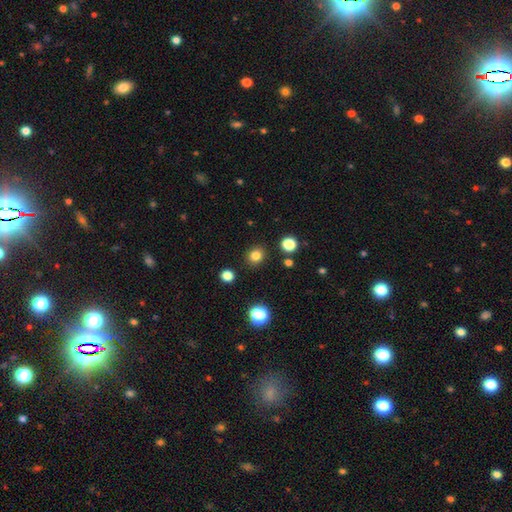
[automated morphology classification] A smooth galaxy with no disk features (82%) that is round (79%).

Vote fractions:
- Smooth or featured? smooth: 82% / star or artifact: 13% / featured or disk: 5%
- How rounded? round: 79% / in between: 21% / cigar-shaped: 1%
- Merging? none: 89% / minor disturbance: 7% / major disturbance: 2% / merger: 2%